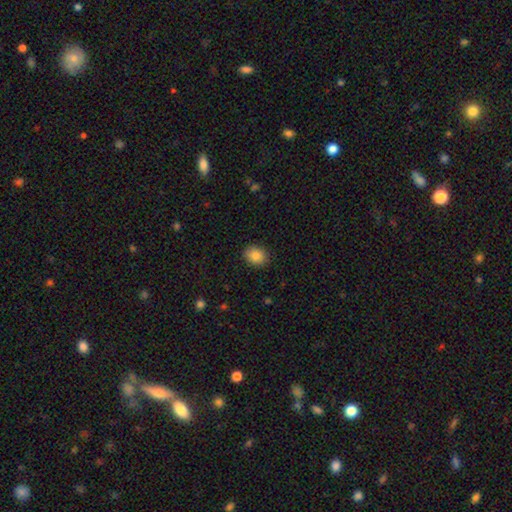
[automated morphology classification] Smooth or featured? Predicted: smooth (p=0.84). How rounded? Predicted: in between (p=0.55). Merging? Predicted: none (p=0.89).